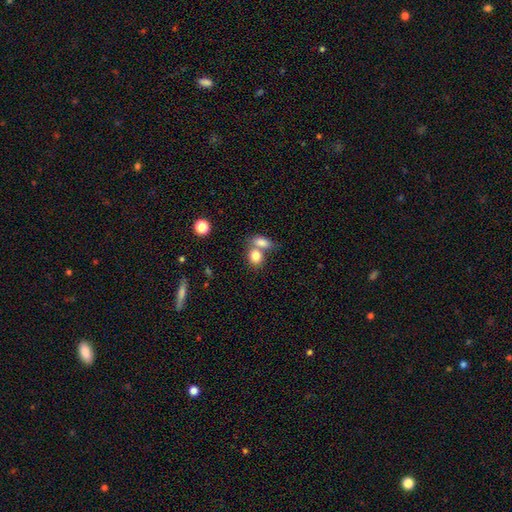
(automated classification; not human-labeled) Morphology: type=smooth (82%); roundness=in between (54%); merging=merger (50%).